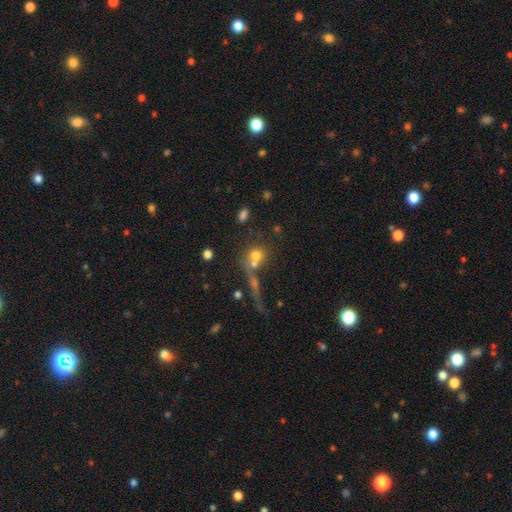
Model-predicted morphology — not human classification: The model was most divided on "merging": merger: 45%, none: 39%, minor disturbance: 9%, major disturbance: 7%. More confident: how rounded — round (73%); smooth or featured — smooth (66%).